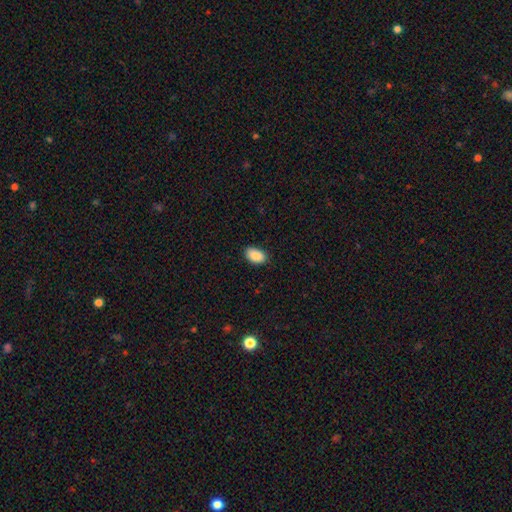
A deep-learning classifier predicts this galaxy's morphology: smooth 88%, star or artifact 7%, featured or disk 5%. Down the decision tree: how rounded — in between (92%); merging — none (86%).